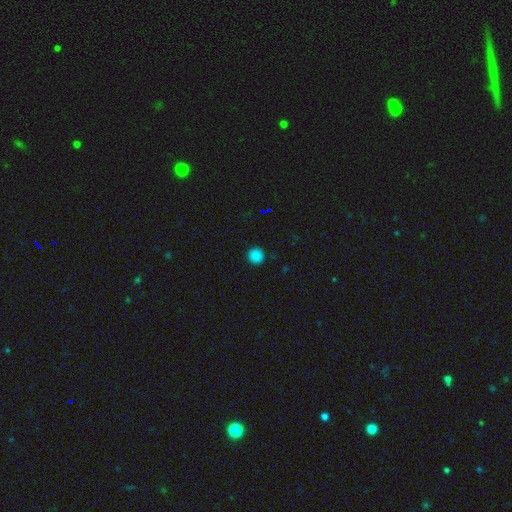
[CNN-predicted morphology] smooth_or_featured: smooth (p=0.84) [alt: star or artifact p=0.13]
how_rounded: round (p=0.94) [alt: in between p=0.05]
merging: none (p=0.91) [alt: minor disturbance p=0.06]